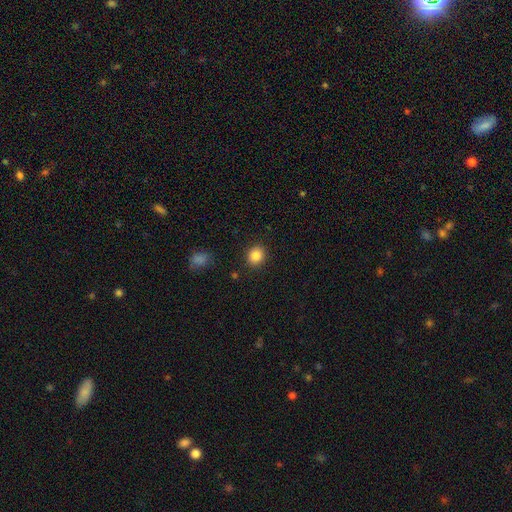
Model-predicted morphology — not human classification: type=smooth (86%); roundness=round (76%); merging=none (90%).